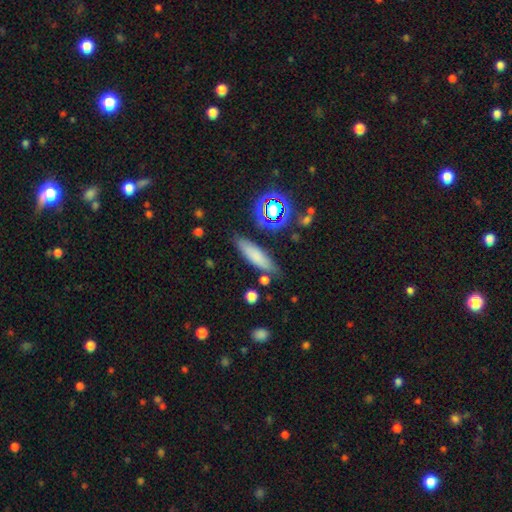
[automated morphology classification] Smooth or featured? smooth (73%)
How rounded? cigar-shaped (59%)
Merging? none (77%)